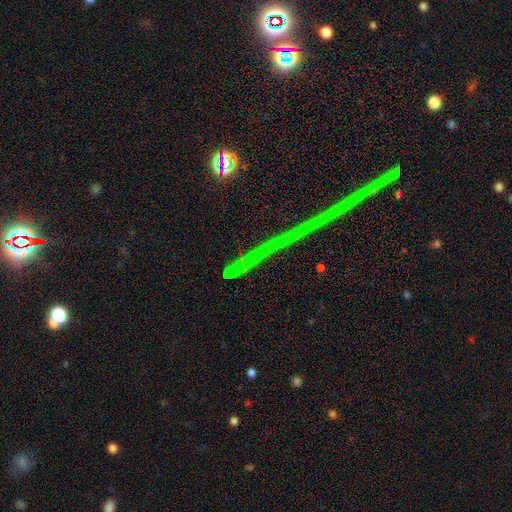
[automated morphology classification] smooth_or_featured: star or artifact (p=0.80) [alt: featured or disk p=0.12]